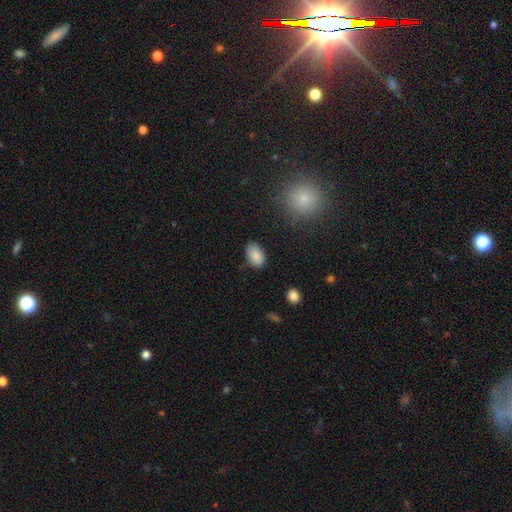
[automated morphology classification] Q: Smooth or featured?
A: smooth (87%); runner-up: star or artifact (8%)
Q: How rounded?
A: in between (92%); runner-up: round (7%)
Q: Merging?
A: none (80%); runner-up: minor disturbance (15%)